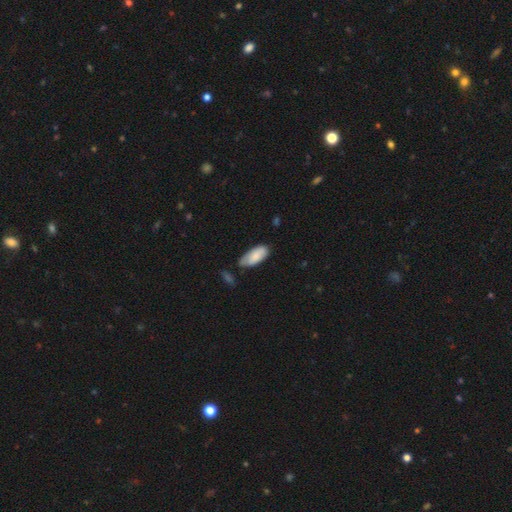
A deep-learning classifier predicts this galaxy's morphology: smooth_or_featured: smooth (p=0.79) [alt: featured or disk p=0.15]
how_rounded: in between (p=0.88) [alt: cigar-shaped p=0.10]
merging: none (p=0.58) [alt: minor disturbance p=0.30]